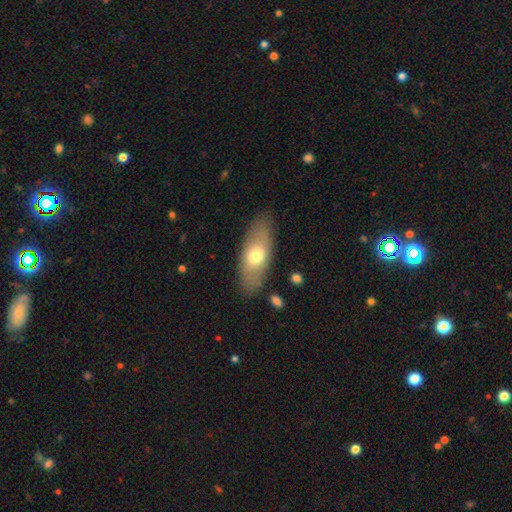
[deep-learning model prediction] Smooth or featured? Predicted: smooth (p=0.64). How rounded? Predicted: in between (p=0.81). Merging? Predicted: none (p=0.82).